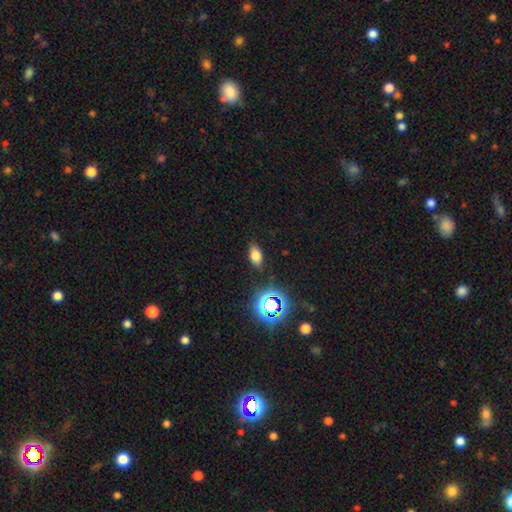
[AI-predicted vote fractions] This appears to be a smooth galaxy with no disk features (73%) that is in between round and cigar-shaped (87%). Merging: none (85%).